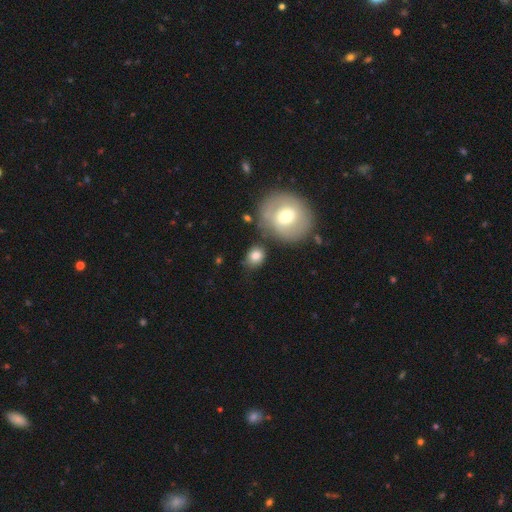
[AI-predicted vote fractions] A smooth galaxy with no disk features (80%) that is round (67%).

Vote fractions:
- Smooth or featured? smooth: 80% / featured or disk: 11% / star or artifact: 9%
- How rounded? round: 67% / in between: 32% / cigar-shaped: 1%
- Merging? none: 72% / minor disturbance: 15% / merger: 8% / major disturbance: 5%